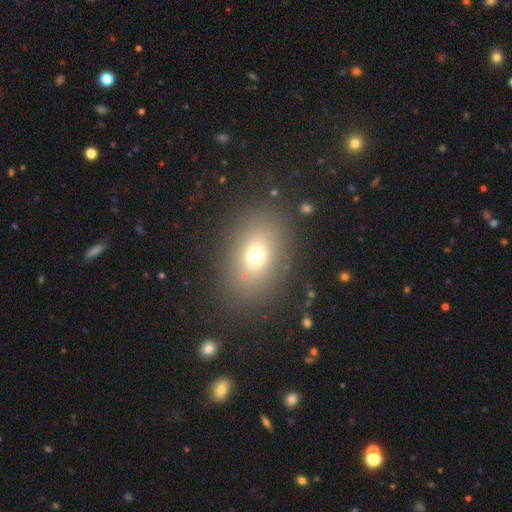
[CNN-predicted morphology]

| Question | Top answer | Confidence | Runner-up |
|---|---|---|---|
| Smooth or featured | smooth | 70% | star or artifact (16%) |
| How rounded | in between | 71% | round (27%) |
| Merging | none | 84% | minor disturbance (9%) |